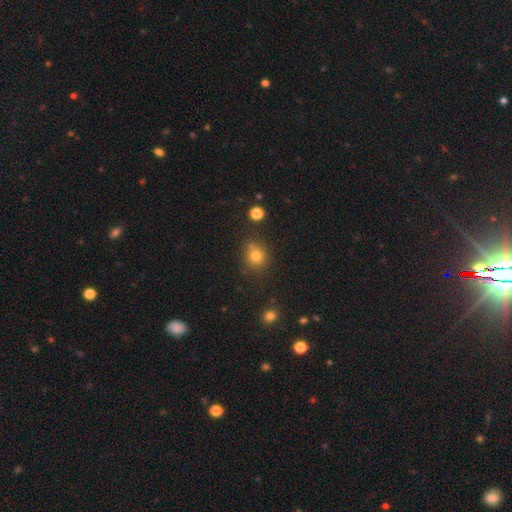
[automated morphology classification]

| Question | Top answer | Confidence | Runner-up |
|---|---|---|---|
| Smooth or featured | smooth | 78% | star or artifact (14%) |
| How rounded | round | 76% | in between (23%) |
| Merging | none | 75% | minor disturbance (14%) |